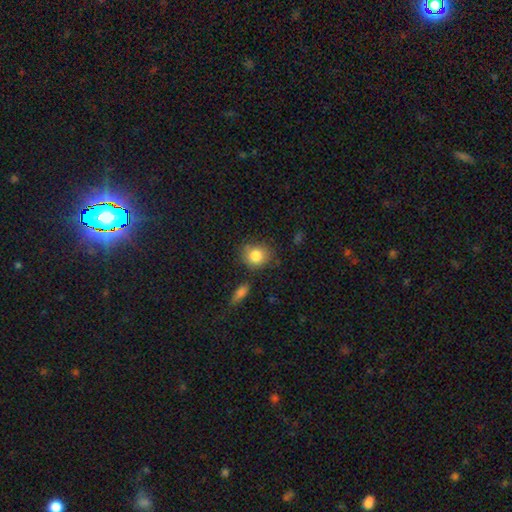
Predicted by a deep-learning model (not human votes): A smooth galaxy with no disk features (83%) that is round (73%).

Vote fractions:
- Smooth or featured? smooth: 83% / featured or disk: 9% / star or artifact: 8%
- How rounded? round: 73% / in between: 25% / cigar-shaped: 1%
- Merging? none: 76% / minor disturbance: 16% / merger: 5% / major disturbance: 4%